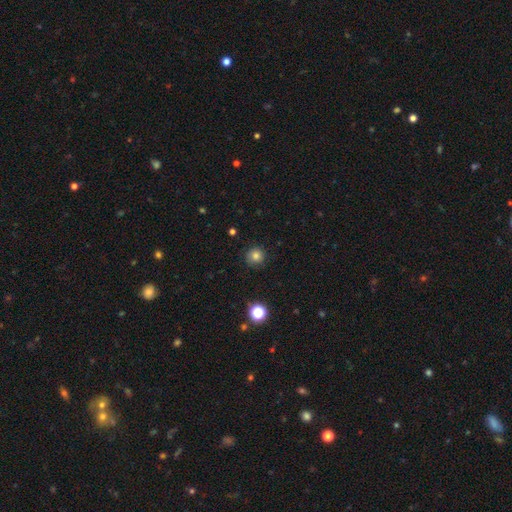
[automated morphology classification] Smooth or featured? smooth (80%)
How rounded? round (94%)
Merging? none (87%)